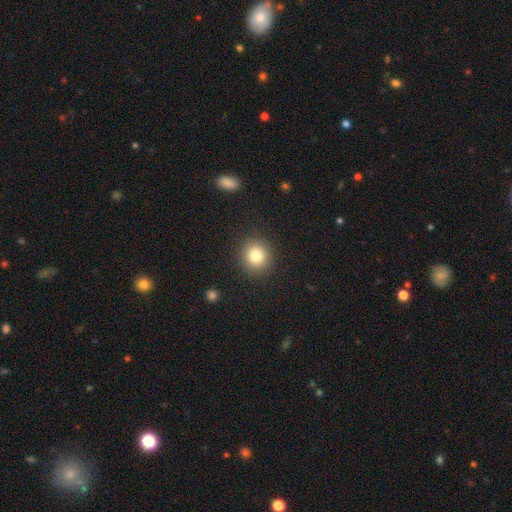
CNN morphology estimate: Q: Smooth or featured?
A: smooth (81%); runner-up: star or artifact (11%)
Q: How rounded?
A: round (89%); runner-up: in between (11%)
Q: Merging?
A: none (90%); runner-up: minor disturbance (6%)